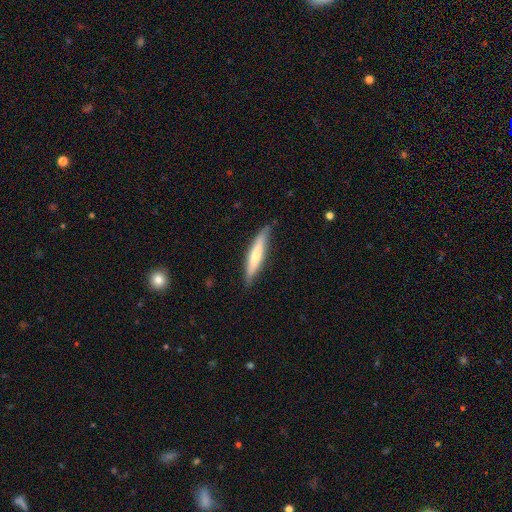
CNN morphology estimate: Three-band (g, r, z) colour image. It shows a smooth galaxy with no disk features (58%) that is cigar-shaped (88%). Merging: none (84%).